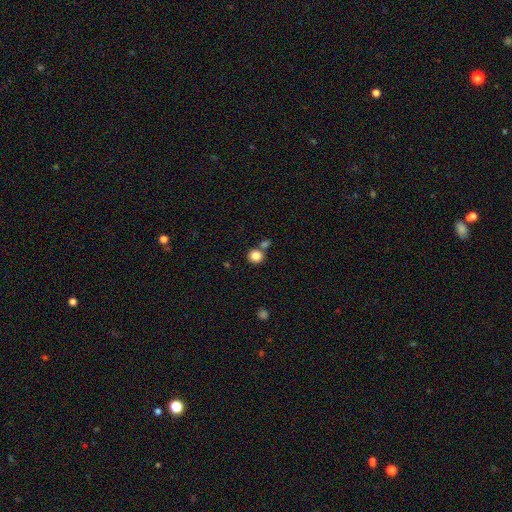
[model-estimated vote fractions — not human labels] Smooth or featured?
  - smooth: 85% *
  - star or artifact: 10%
  - featured or disk: 5%
How rounded?
  - round: 89% *
  - in between: 10%
  - cigar-shaped: 1%
Merging?
  - none: 68% *
  - merger: 21%
  - minor disturbance: 8%
  - major disturbance: 3%